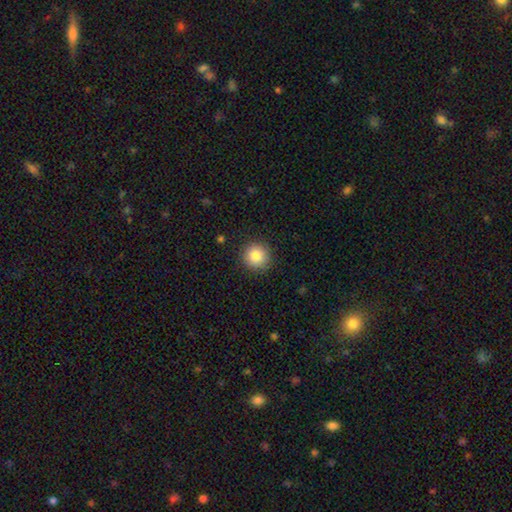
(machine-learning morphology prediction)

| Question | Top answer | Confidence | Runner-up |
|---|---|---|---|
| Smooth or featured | smooth | 85% | star or artifact (9%) |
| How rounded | round | 94% | in between (5%) |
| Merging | none | 91% | minor disturbance (6%) |